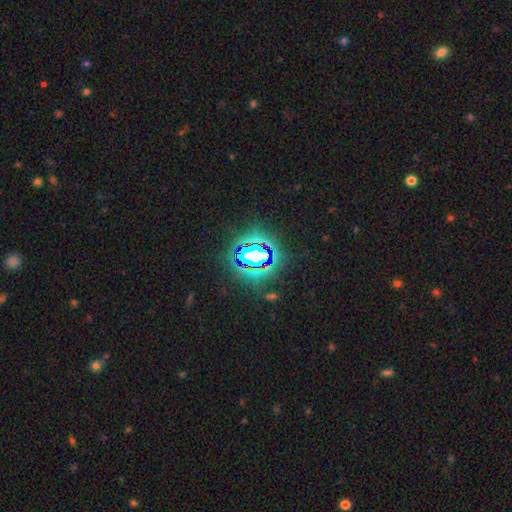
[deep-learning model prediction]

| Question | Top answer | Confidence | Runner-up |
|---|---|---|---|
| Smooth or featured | star or artifact | 78% | smooth (12%) |